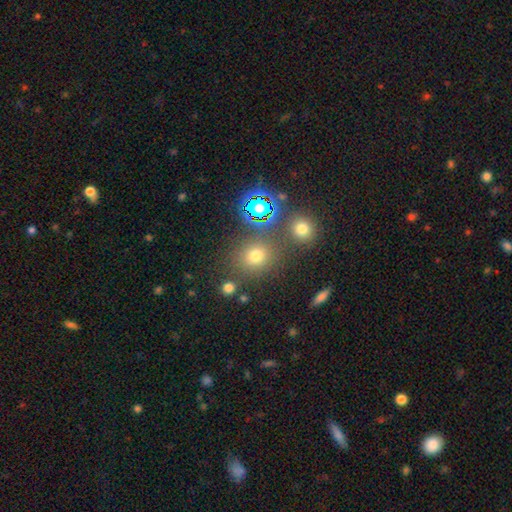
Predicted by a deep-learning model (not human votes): smooth-or-featured: smooth: 62% | star or artifact: 28% | featured or disk: 9%
  how-rounded: round: 76% | in between: 23% | cigar-shaped: 1%
  merging: none: 74% | merger: 11% | minor disturbance: 10% | major disturbance: 5%